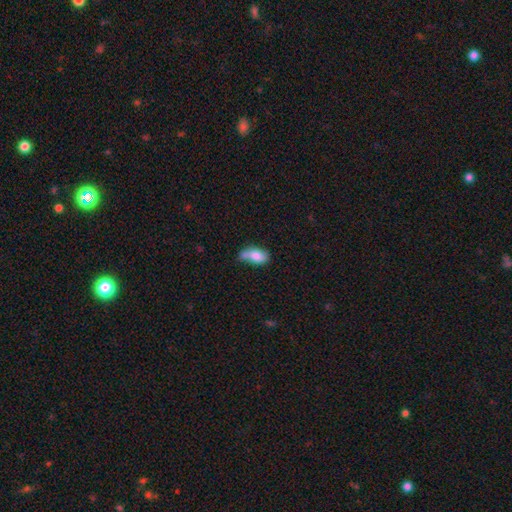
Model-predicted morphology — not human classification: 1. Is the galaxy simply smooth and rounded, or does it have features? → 75% smooth, 17% featured or disk, 8% star or artifact.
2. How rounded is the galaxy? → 87% in between, 9% round, 5% cigar-shaped.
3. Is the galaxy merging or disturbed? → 32% none, 29% merger, 27% minor disturbance, 12% major disturbance.